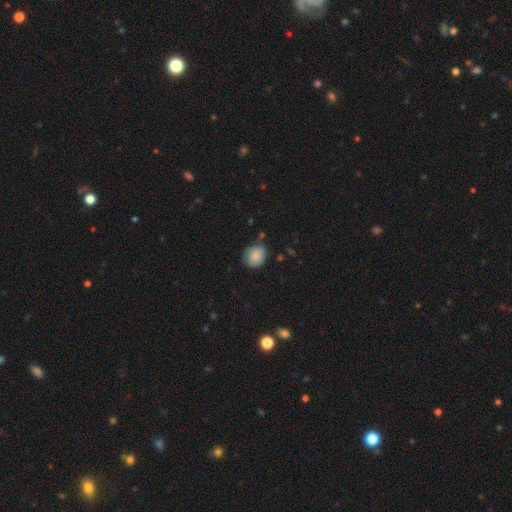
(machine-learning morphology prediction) This appears to be a smooth galaxy with no disk features (86%) that is round (65%). Merging: none (72%).